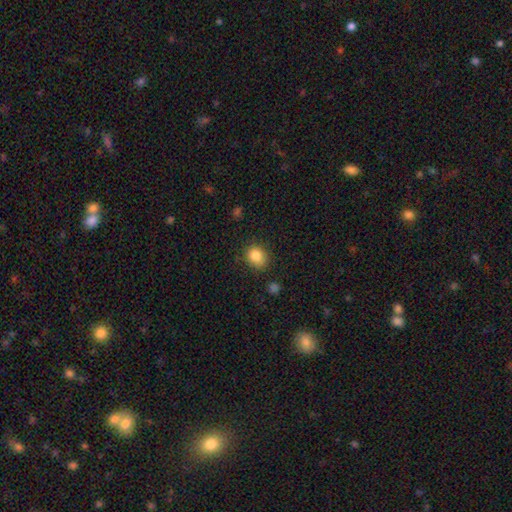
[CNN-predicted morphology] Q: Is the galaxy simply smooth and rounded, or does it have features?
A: smooth — 85%.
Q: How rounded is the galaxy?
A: round — 66%.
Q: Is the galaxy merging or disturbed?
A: none — 79%.